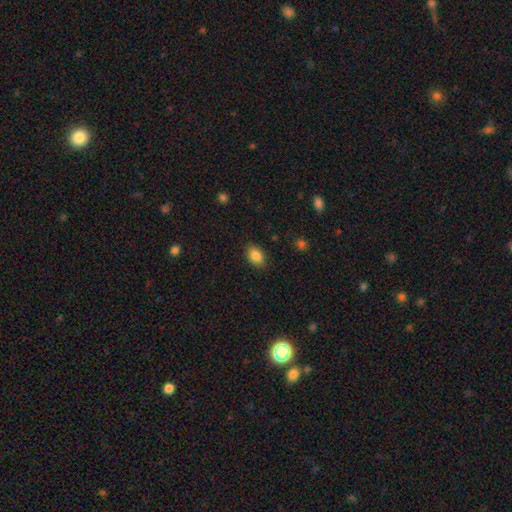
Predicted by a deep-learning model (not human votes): This appears to be a smooth galaxy with no disk features (86%) that is in between round and cigar-shaped (82%). Merging: none (85%).